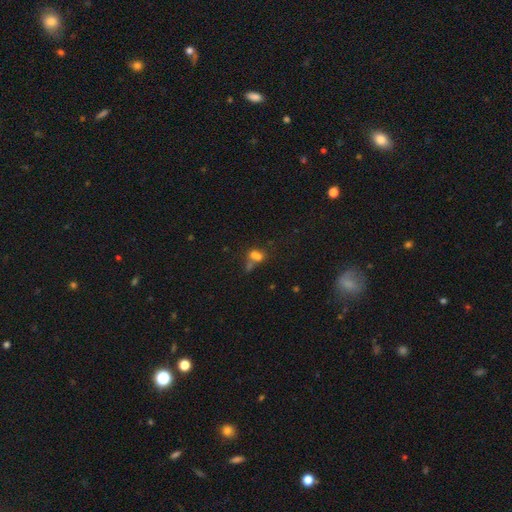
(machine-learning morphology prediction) smooth 62%, featured or disk 21%, star or artifact 17%. Down the decision tree: how rounded — in between (54%); merging — merger (60%).